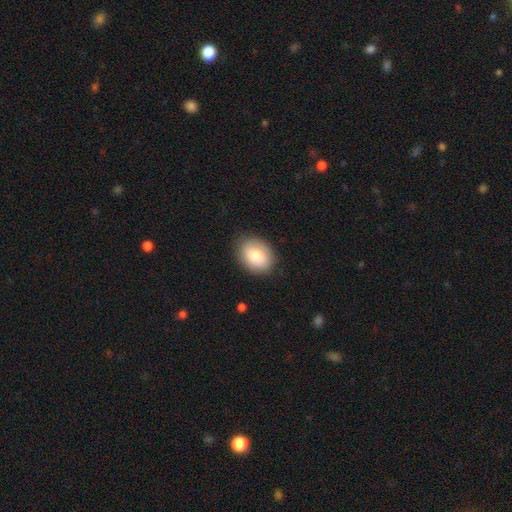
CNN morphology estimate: The model was most divided on "how rounded": in between: 67%, round: 32%, cigar-shaped: 1%. More confident: merging — none (85%); smooth or featured — smooth (81%).